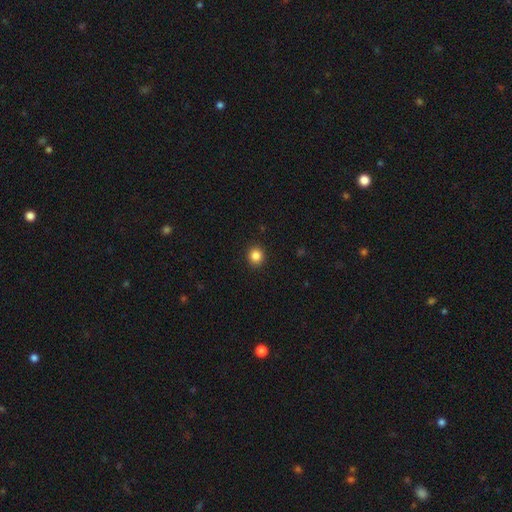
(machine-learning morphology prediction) Q: Smooth or featured?
A: smooth (85%); runner-up: star or artifact (11%)
Q: How rounded?
A: round (87%); runner-up: in between (12%)
Q: Merging?
A: none (92%); runner-up: minor disturbance (5%)